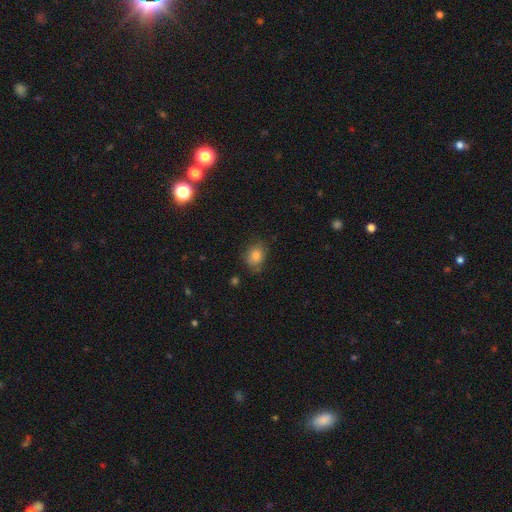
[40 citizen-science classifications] smooth-or-featured: smooth: 82% | star or artifact: 10% | featured or disk: 8%
  how-rounded: in between: 64% | round: 36% | cigar-shaped: 0%
  merging: none: 67% | minor disturbance: 17% | major disturbance: 11% | merger: 6%